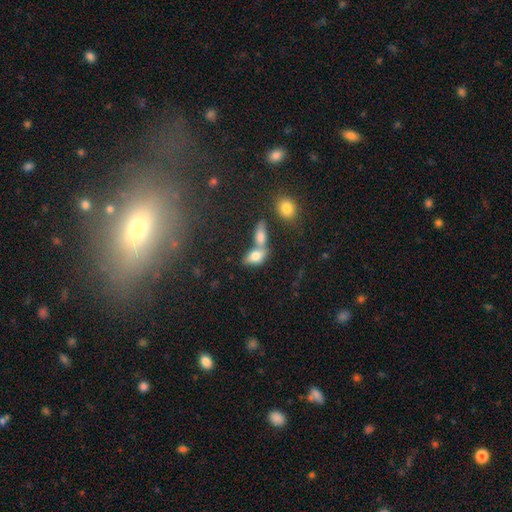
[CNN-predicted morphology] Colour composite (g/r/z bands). It shows a smooth galaxy with no disk features (71%) that is in between round and cigar-shaped (83%). Merging: merger (58%).